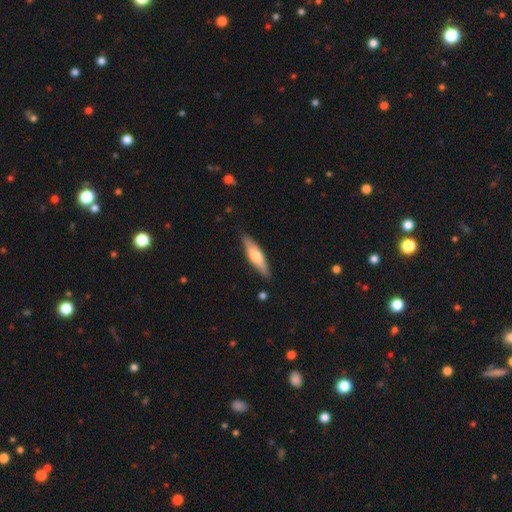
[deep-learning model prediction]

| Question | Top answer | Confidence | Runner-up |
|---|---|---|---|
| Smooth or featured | smooth | 54% | featured or disk (40%) |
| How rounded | cigar-shaped | 69% | in between (30%) |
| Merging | none | 85% | minor disturbance (11%) |